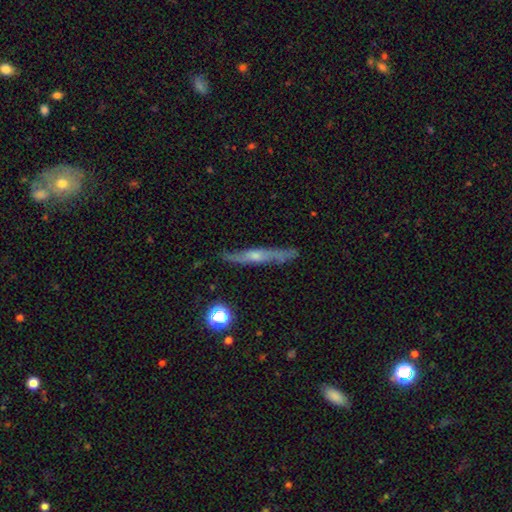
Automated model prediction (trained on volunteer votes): Q: Smooth or featured?
A: featured or disk (69%); runner-up: smooth (23%)
Q: Edge-on disk?
A: yes (90%); runner-up: no (10%)
Q: Edge-on bulge?
A: rounded (69%); runner-up: none (25%)
Q: Merging?
A: none (82%); runner-up: minor disturbance (14%)